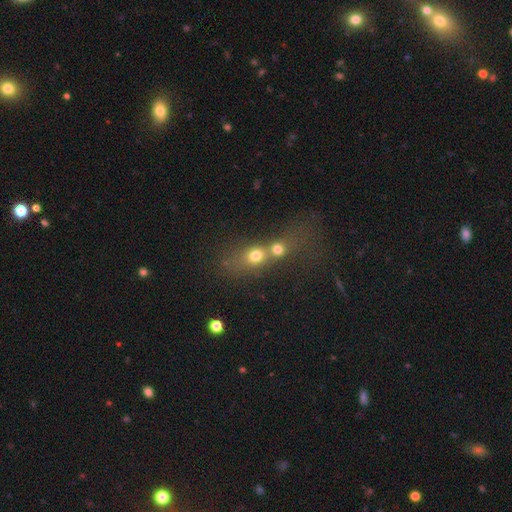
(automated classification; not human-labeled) Smooth or featured? smooth (68%)
How rounded? round (60%)
Merging? merger (67%)